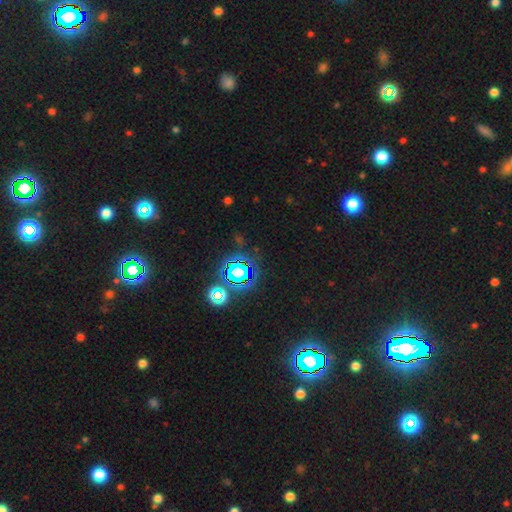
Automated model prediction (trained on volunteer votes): star or artifact 78%, smooth 13%, featured or disk 9%.